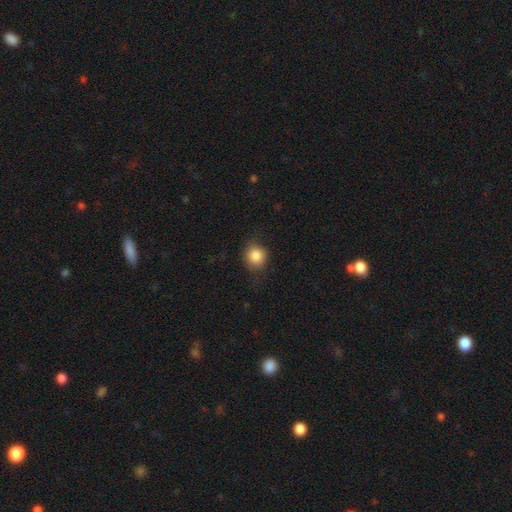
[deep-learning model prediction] smooth_or_featured: smooth (p=0.86) [alt: star or artifact p=0.09]
how_rounded: round (p=0.86) [alt: in between p=0.13]
merging: none (p=0.80) [alt: minor disturbance p=0.15]